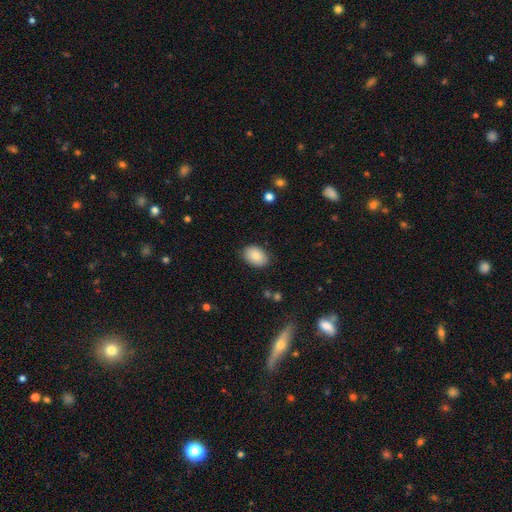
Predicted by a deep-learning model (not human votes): The model was most divided on "how rounded": in between: 85%, round: 14%, cigar-shaped: 1%. More confident: merging — none (86%); smooth or featured — smooth (83%).